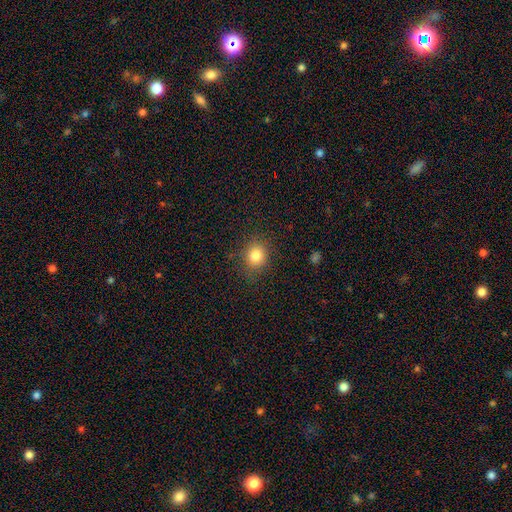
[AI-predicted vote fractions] Smooth or featured? smooth (82%)
How rounded? round (71%)
Merging? none (84%)